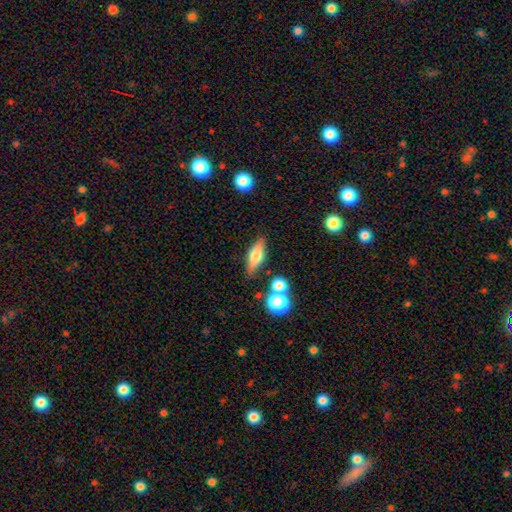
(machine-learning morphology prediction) smooth 56%, featured or disk 36%, star or artifact 8%. Down the decision tree: how rounded — in between (57%); merging — none (78%).